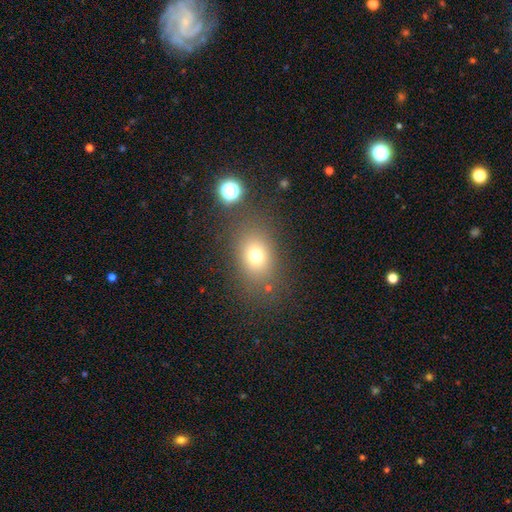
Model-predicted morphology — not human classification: A smooth galaxy with no disk features (73%) that is in between round and cigar-shaped (62%). Merging: none (77%).